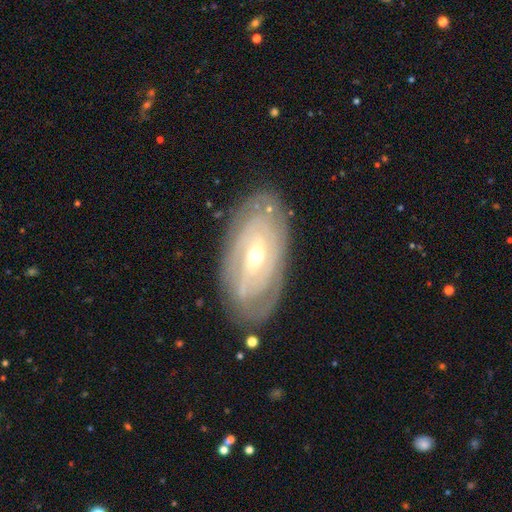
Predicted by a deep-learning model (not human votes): smooth_or_featured: featured or disk (p=0.82) [alt: smooth p=0.13]
disk_edge_on: no (p=0.92) [alt: yes p=0.08]
bar: no (p=0.43) [alt: weak p=0.38]
has_spiral_arms: yes (p=0.84) [alt: no p=0.16]
spiral_winding: tight (p=0.77) [alt: medium p=0.18]
spiral_arm_count: can't tell (p=0.48) [alt: 2 p=0.24]
bulge_size: moderate (p=0.54) [alt: small p=0.42]
merging: none (p=0.81) [alt: minor disturbance p=0.14]